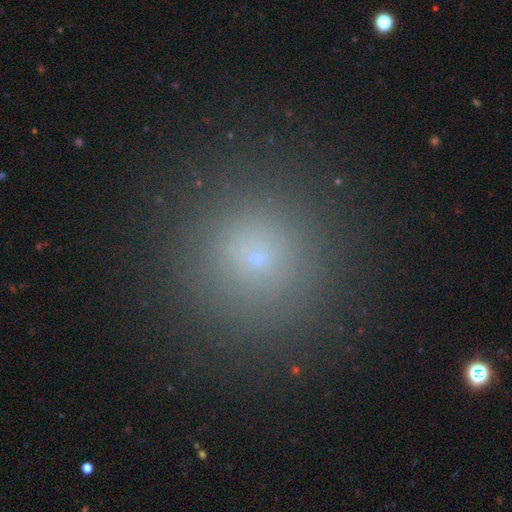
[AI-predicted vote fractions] Smooth or featured?
  - smooth: 69% *
  - star or artifact: 21%
  - featured or disk: 10%
How rounded?
  - round: 95% *
  - in between: 4%
  - cigar-shaped: 1%
Merging?
  - none: 89% *
  - minor disturbance: 6%
  - major disturbance: 3%
  - merger: 1%